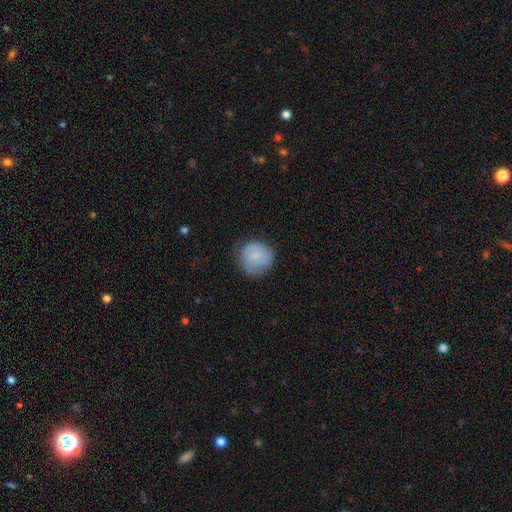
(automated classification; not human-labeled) The model was most divided on "merging": none: 66%, minor disturbance: 25%, major disturbance: 7%, merger: 1%. More confident: how rounded — round (89%); smooth or featured — smooth (76%).